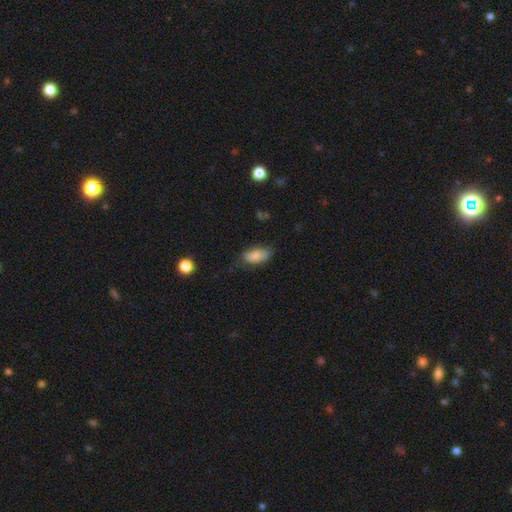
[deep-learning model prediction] Smooth or featured? smooth (74%)
How rounded? in between (90%)
Merging? none (63%)